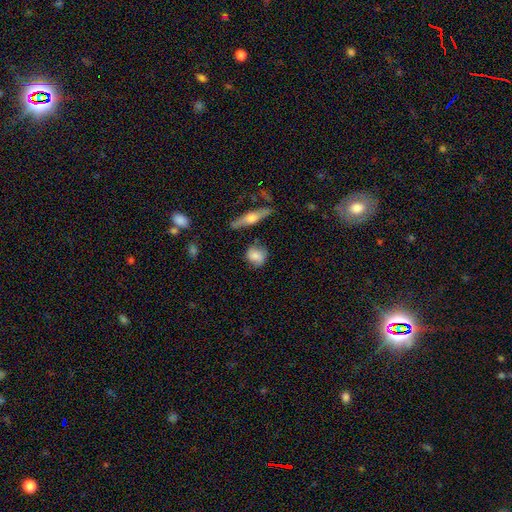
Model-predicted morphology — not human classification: Q: Smooth or featured?
A: smooth (73%); runner-up: featured or disk (19%)
Q: How rounded?
A: round (64%); runner-up: in between (32%)
Q: Merging?
A: none (69%); runner-up: minor disturbance (21%)